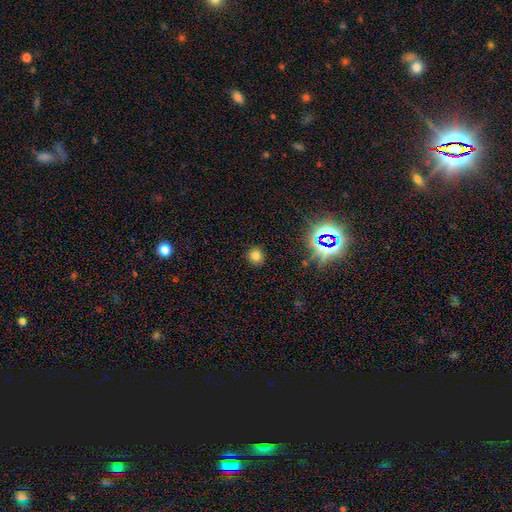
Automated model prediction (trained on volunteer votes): Smooth or featured: smooth — 75% (star or artifact — 19%)
How rounded: round — 87% (in between — 11%)
Merging: none — 89% (minor disturbance — 7%)